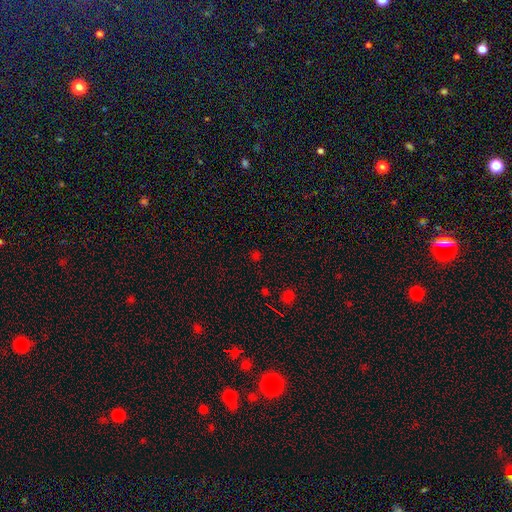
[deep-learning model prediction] The model was most divided on "smooth or featured": smooth: 51%, star or artifact: 43%, featured or disk: 6%. More confident: how rounded — round (88%); merging — none (84%).